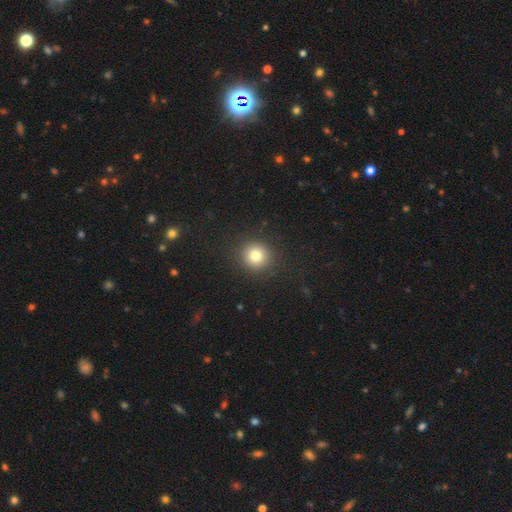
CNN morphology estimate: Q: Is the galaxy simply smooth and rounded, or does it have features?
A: smooth — 80%.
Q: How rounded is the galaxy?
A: round — 93%.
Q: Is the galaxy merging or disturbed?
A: none — 91%.